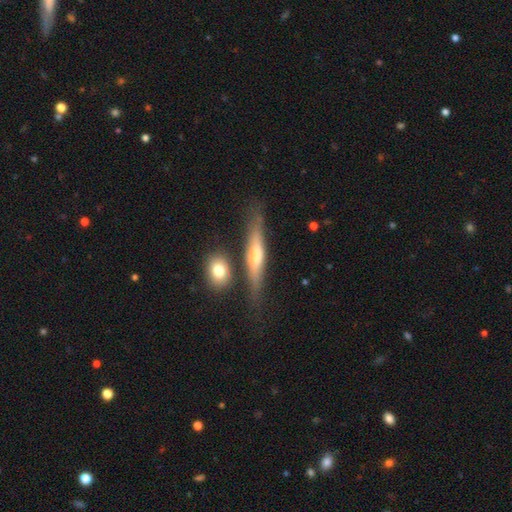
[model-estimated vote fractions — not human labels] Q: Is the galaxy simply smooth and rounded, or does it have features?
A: featured or disk — 62%.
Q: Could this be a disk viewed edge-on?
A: yes — 92%.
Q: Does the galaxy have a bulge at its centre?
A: rounded — 74%.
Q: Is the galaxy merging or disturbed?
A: none — 73%.